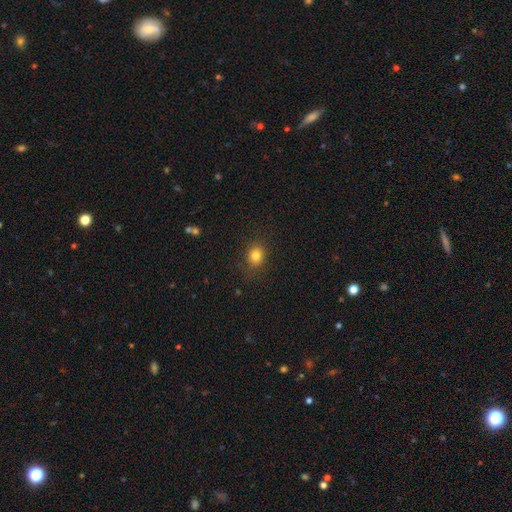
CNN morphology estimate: A smooth galaxy with no disk features (81%) that is round (59%).

Vote fractions:
- Smooth or featured? smooth: 81% / star or artifact: 12% / featured or disk: 7%
- How rounded? round: 59% / in between: 40% / cigar-shaped: 1%
- Merging? none: 84% / minor disturbance: 11% / major disturbance: 4% / merger: 1%